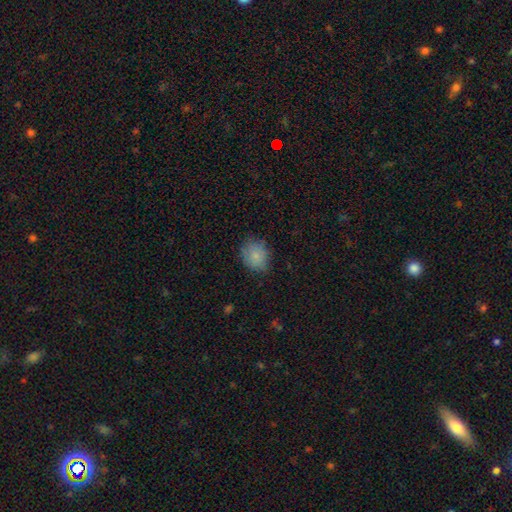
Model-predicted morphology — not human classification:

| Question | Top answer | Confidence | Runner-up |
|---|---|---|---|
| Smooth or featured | smooth | 83% | star or artifact (9%) |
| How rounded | round | 63% | in between (36%) |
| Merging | none | 74% | minor disturbance (20%) |